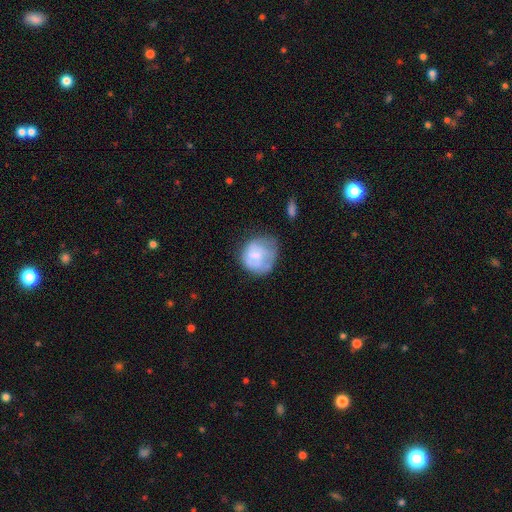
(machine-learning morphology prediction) smooth_or_featured: smooth (p=0.59) [alt: featured or disk p=0.33]
how_rounded: round (p=0.78) [alt: in between p=0.21]
merging: none (p=0.44) [alt: minor disturbance p=0.31]